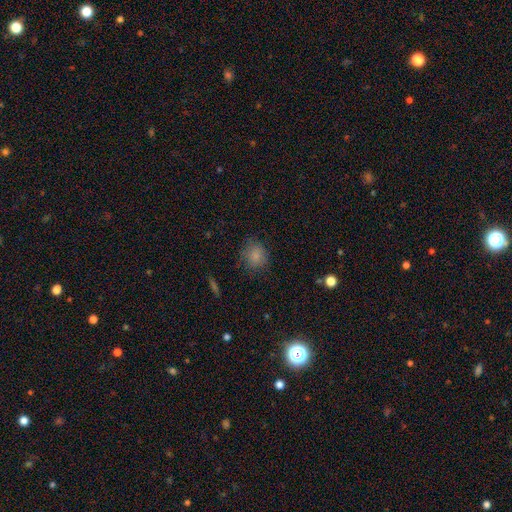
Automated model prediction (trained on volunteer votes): Smooth or featured? Predicted: smooth (p=0.83). How rounded? Predicted: round (p=0.76). Merging? Predicted: none (p=0.74).